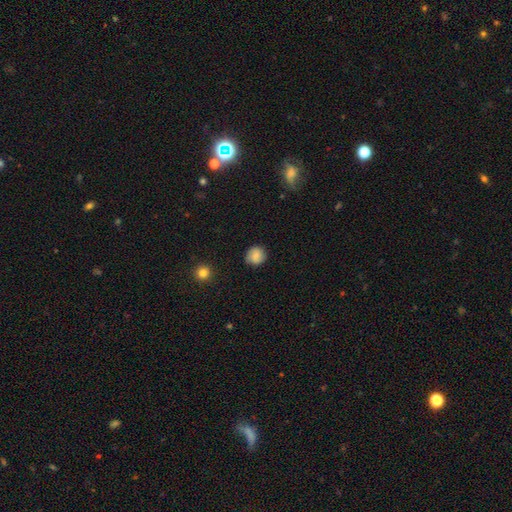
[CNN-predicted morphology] A smooth galaxy with no disk features (84%) that is round (89%).

Vote fractions:
- Smooth or featured? smooth: 84% / star or artifact: 8% / featured or disk: 7%
- How rounded? round: 89% / in between: 10% / cigar-shaped: 1%
- Merging? none: 84% / minor disturbance: 12% / major disturbance: 3% / merger: 1%